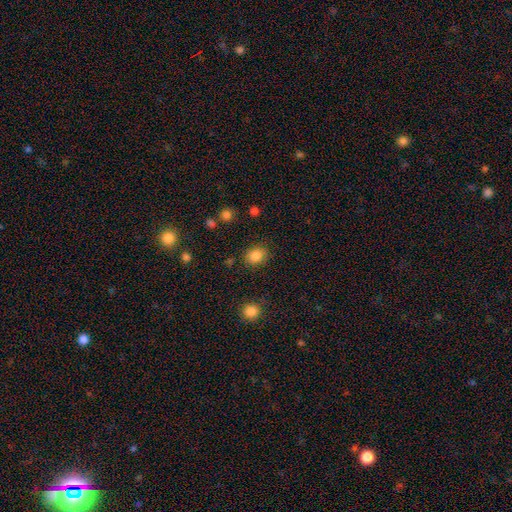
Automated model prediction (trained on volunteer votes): Overall: smooth (85%). How rounded: round (51%; in between 48%). Merging: none (83%).